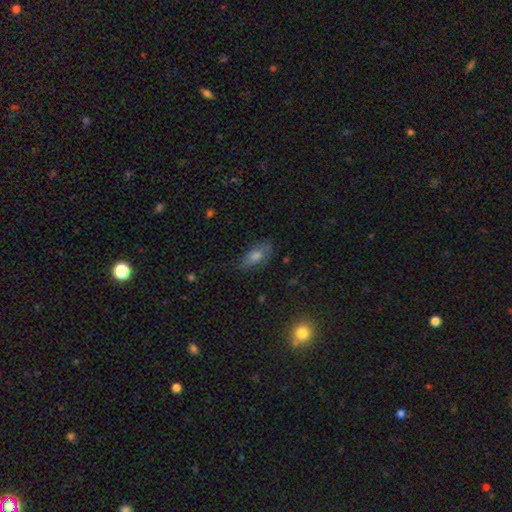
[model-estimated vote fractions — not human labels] Morphology: type=smooth (63%); roundness=in between (81%); merging=none (67%).